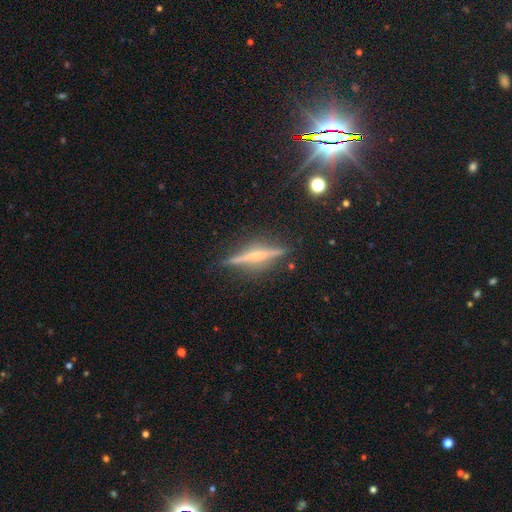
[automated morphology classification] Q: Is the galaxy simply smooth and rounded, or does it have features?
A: featured or disk — 77%.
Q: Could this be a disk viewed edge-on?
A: yes — 97%.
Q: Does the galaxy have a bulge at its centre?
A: rounded — 67%.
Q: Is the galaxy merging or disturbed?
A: none — 88%.